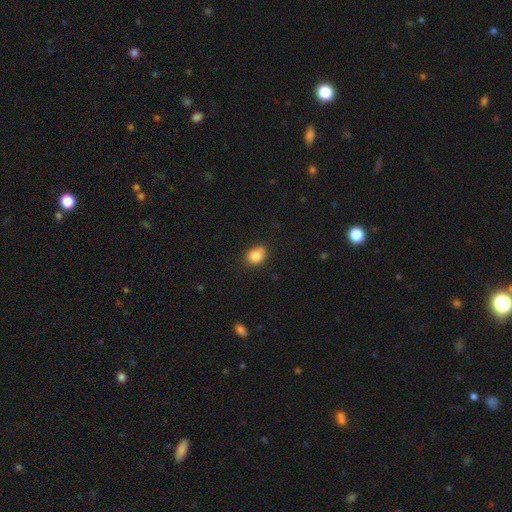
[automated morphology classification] Smooth or featured? smooth (82%)
How rounded? round (55%)
Merging? none (63%)